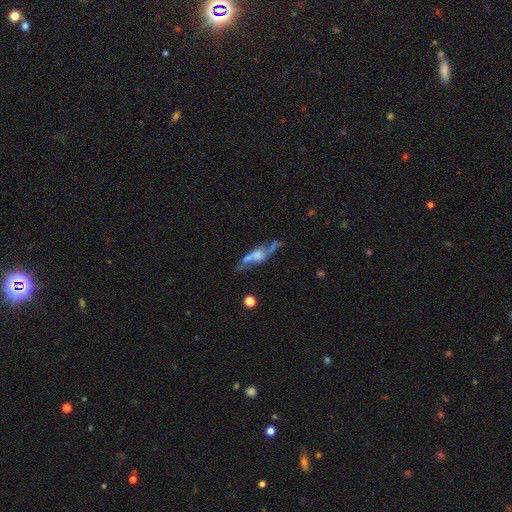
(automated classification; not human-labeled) The model was most divided on "edge-on disk": no: 57%, yes: 43%. Remaining: smooth or featured — featured or disk (63%); merging — none (41%).